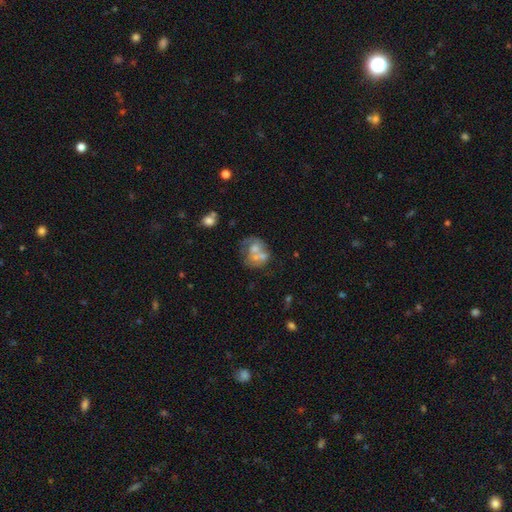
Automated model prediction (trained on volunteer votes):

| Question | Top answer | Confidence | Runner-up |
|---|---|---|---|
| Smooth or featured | featured or disk | 53% | smooth (32%) |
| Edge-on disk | no | 97% | yes (3%) |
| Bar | no | 77% | weak (19%) |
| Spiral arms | no | 53% | yes (47%) |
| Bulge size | moderate | 40% | small (33%) |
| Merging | none | 38% | merger (34%) |